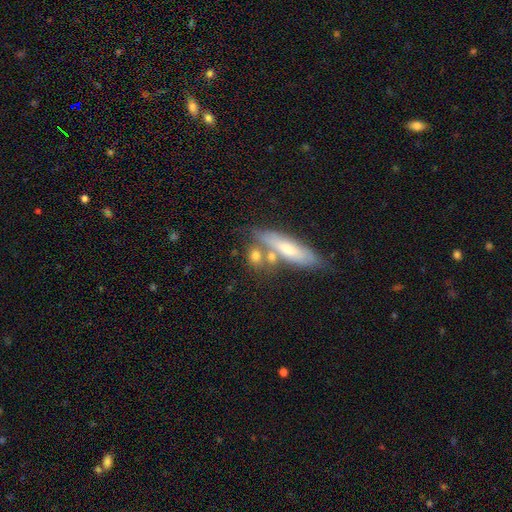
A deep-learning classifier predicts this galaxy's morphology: The model was most divided on "how rounded": in between: 40%, round: 34%, cigar-shaped: 26%. More confident: smooth or featured — smooth (69%); merging — none (52%).